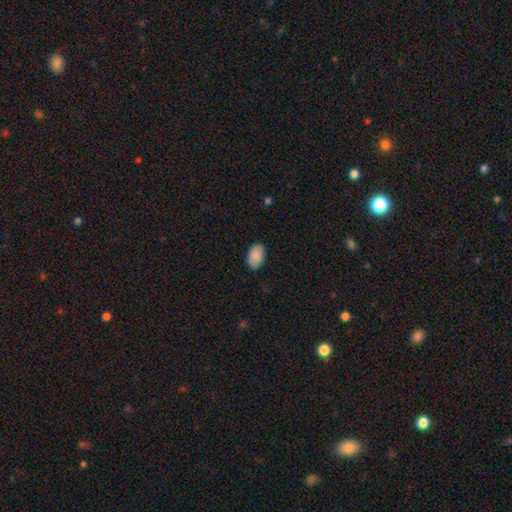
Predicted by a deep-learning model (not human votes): A smooth galaxy with no disk features (89%) that is in between round and cigar-shaped (92%). Merging: none (83%).